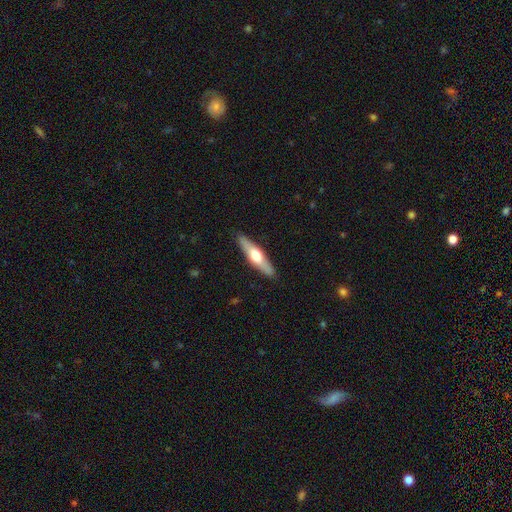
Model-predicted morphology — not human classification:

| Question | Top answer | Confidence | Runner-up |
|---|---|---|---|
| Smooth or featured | featured or disk | 49% | smooth (46%) |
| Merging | none | 89% | minor disturbance (8%) |